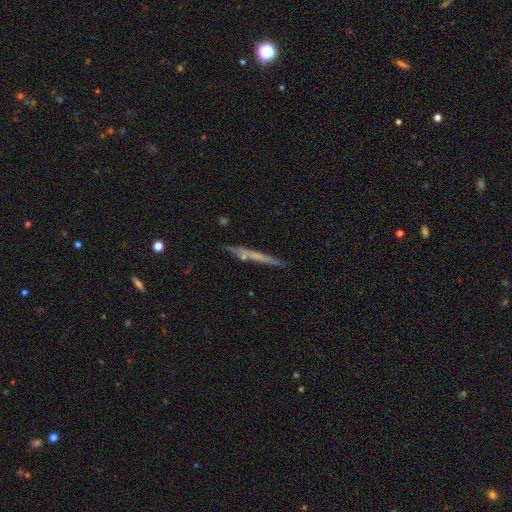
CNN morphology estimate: smooth_or_featured: featured or disk (p=0.48) [alt: smooth p=0.45]
merging: none (p=0.85) [alt: minor disturbance p=0.10]